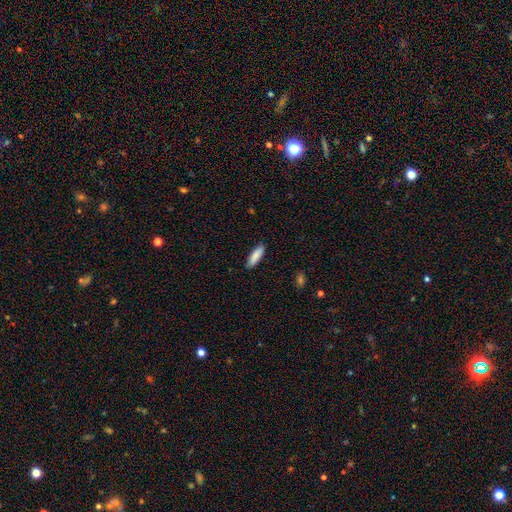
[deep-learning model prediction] This appears to be a smooth galaxy with no disk features (87%) that is cigar-shaped (58%). Merging: none (89%).